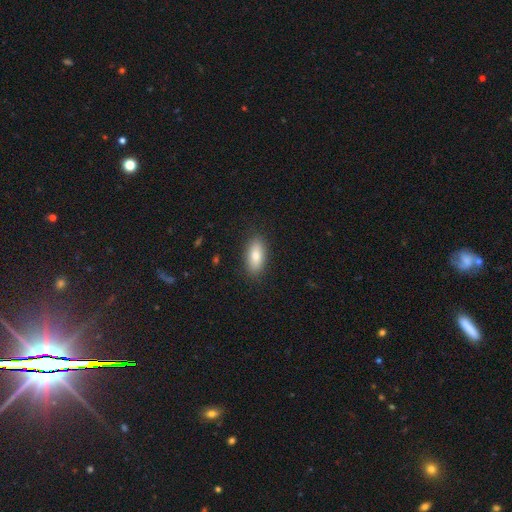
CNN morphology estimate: Smooth or featured: smooth — 80% (featured or disk — 12%)
How rounded: in between — 83% (cigar-shaped — 15%)
Merging: none — 88% (minor disturbance — 9%)